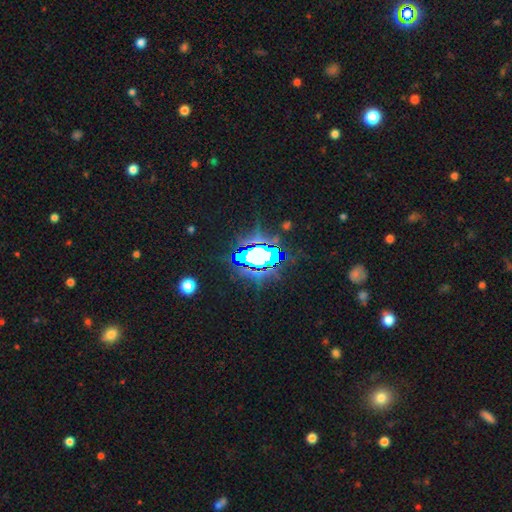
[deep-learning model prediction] smooth_or_featured: star or artifact (p=0.69) [alt: smooth p=0.16]